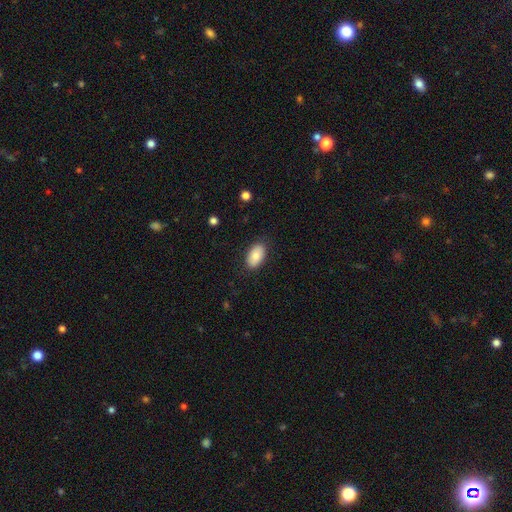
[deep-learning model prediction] This is clearly a smooth galaxy (83%). How rounded: clearly in between (94%). Merging: clearly none (86%).